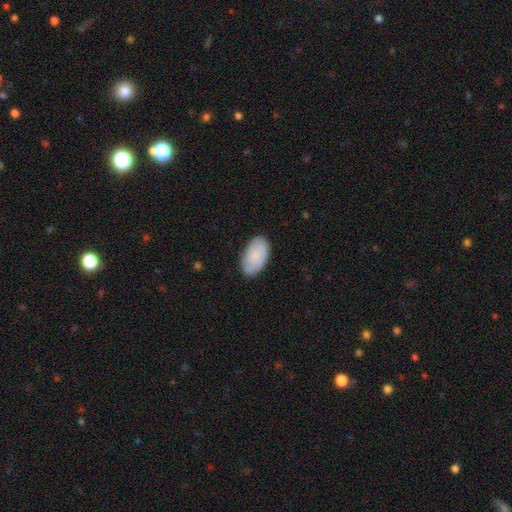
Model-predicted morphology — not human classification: A smooth galaxy with no disk features (82%) that is in between round and cigar-shaped (95%).

Vote fractions:
- Smooth or featured? smooth: 82% / featured or disk: 12% / star or artifact: 6%
- How rounded? in between: 95% / round: 4% / cigar-shaped: 1%
- Merging? none: 81% / minor disturbance: 15% / major disturbance: 3% / merger: 1%